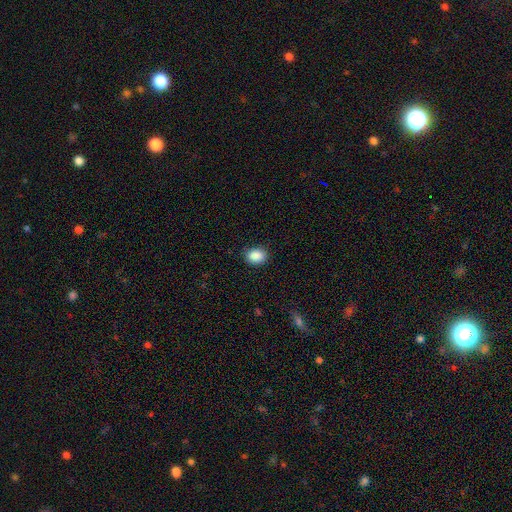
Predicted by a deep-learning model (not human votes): smooth_or_featured: smooth (p=0.89) [alt: star or artifact p=0.08]
how_rounded: in between (p=0.61) [alt: round p=0.37]
merging: none (p=0.85) [alt: minor disturbance p=0.11]